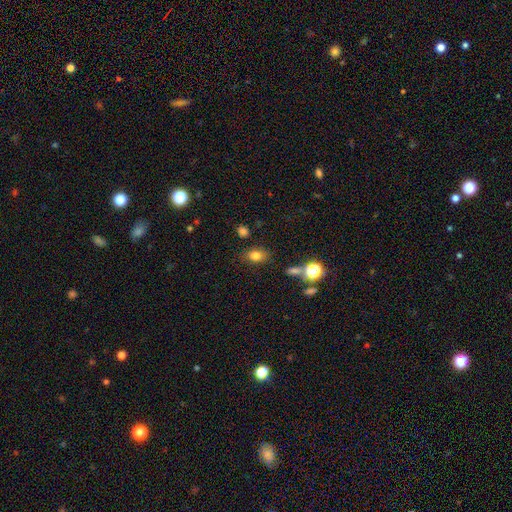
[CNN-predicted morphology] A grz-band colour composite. It shows a smooth galaxy with no disk features (77%) that is in between round and cigar-shaped (75%). Merging: none (80%).